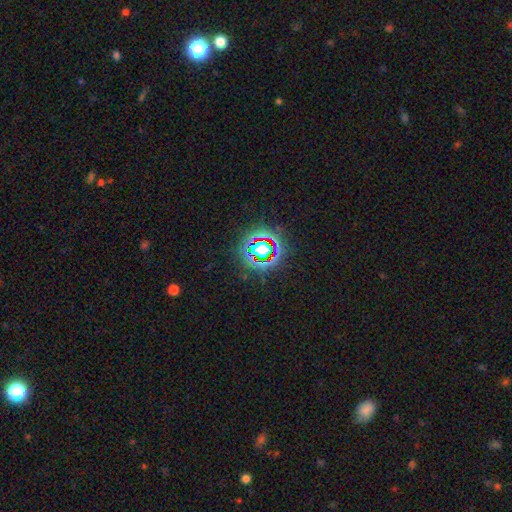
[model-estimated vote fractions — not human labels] smooth_or_featured: star or artifact (p=0.78) [alt: smooth p=0.14]